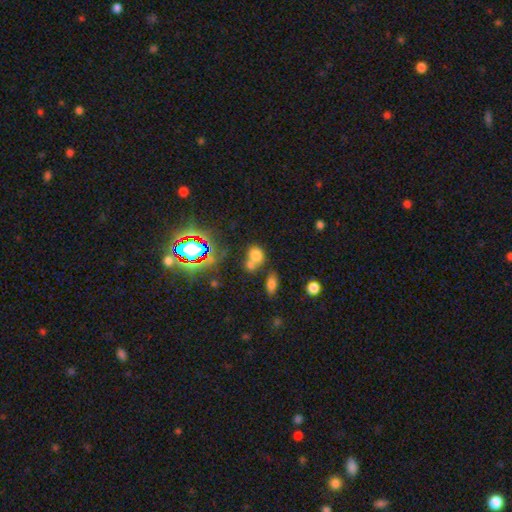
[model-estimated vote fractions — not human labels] A smooth galaxy with no disk features (67%) that is round (59%). Merging: merger (43%).